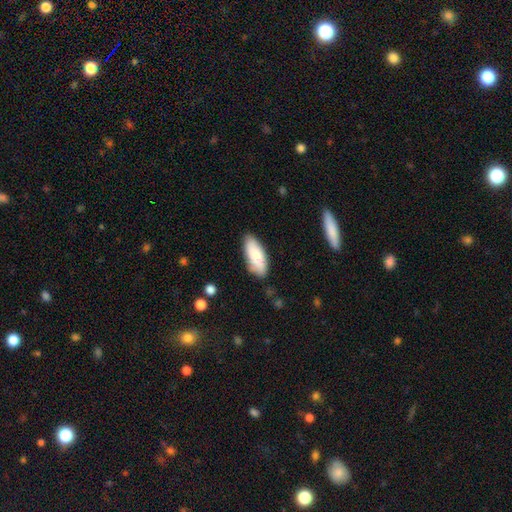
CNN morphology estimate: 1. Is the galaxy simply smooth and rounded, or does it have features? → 80% smooth, 14% featured or disk, 6% star or artifact.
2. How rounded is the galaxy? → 80% in between, 18% cigar-shaped, 2% round.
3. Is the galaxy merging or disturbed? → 81% none, 14% minor disturbance, 3% major disturbance, 2% merger.